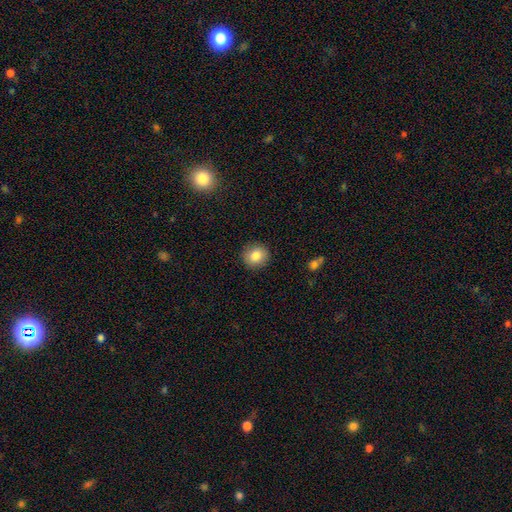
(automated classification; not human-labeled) This appears to be a smooth galaxy with no disk features (83%) that is round (87%). Merging: none (90%).